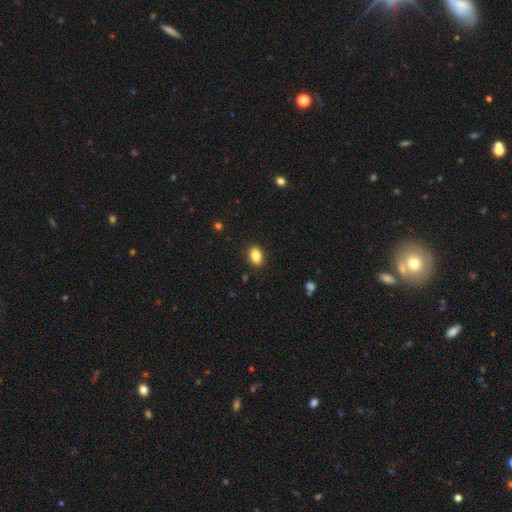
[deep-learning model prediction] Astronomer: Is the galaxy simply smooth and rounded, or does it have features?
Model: smooth — 85%.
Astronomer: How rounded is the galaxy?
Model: in between — 81%.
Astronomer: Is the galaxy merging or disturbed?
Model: none — 89%.